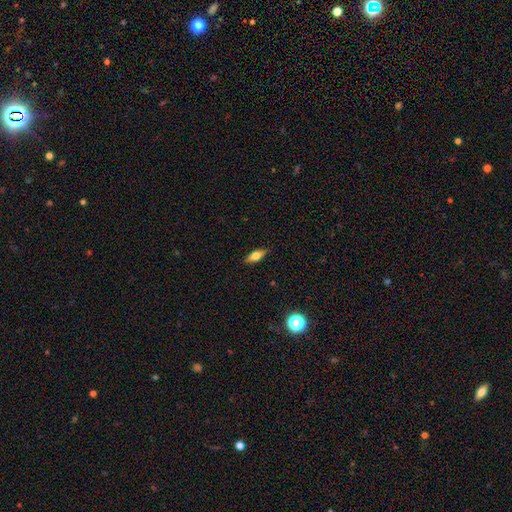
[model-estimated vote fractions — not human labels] Smooth or featured?
  - smooth: 59% *
  - featured or disk: 33%
  - star or artifact: 8%
How rounded?
  - in between: 67% *
  - cigar-shaped: 29%
  - round: 4%
Merging?
  - none: 87% *
  - minor disturbance: 9%
  - major disturbance: 2%
  - merger: 1%